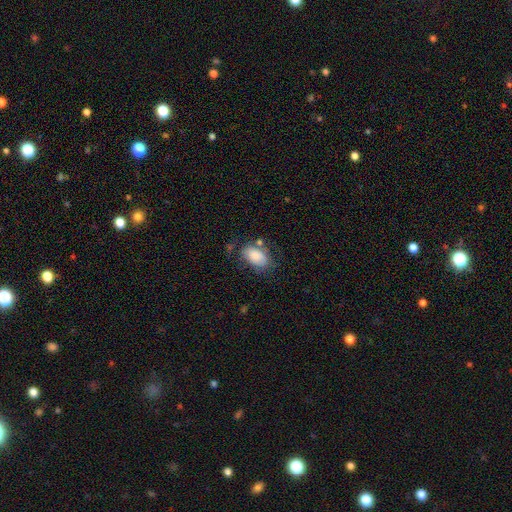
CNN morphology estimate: A smooth galaxy with no disk features (76%) that is in between round and cigar-shaped (89%). Merging: none (55%).